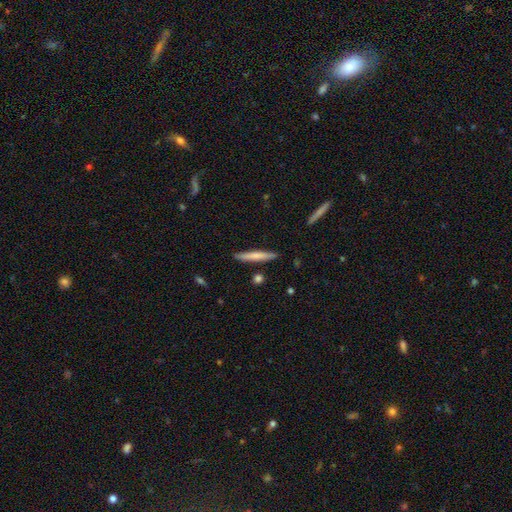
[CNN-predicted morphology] A smooth galaxy with no disk features (67%) that is cigar-shaped (95%).

Vote fractions:
- Smooth or featured? smooth: 67% / featured or disk: 28% / star or artifact: 5%
- How rounded? cigar-shaped: 95% / in between: 4% / round: 1%
- Merging? none: 89% / minor disturbance: 8% / merger: 2% / major disturbance: 2%